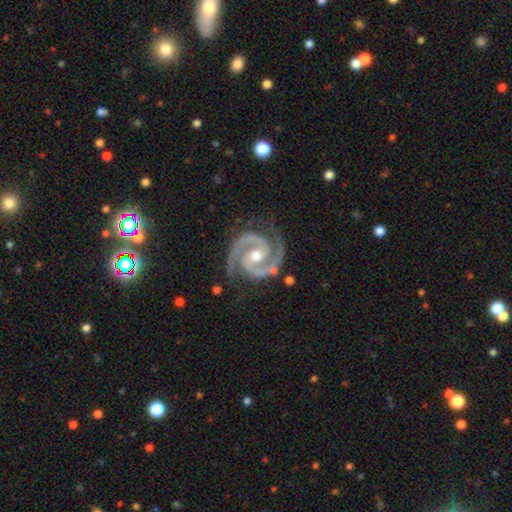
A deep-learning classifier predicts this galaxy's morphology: Q: Smooth or featured?
A: featured or disk (95%); runner-up: star or artifact (4%)
Q: Edge-on disk?
A: no (98%); runner-up: yes (2%)
Q: Bar?
A: no (46%); runner-up: weak (33%)
Q: Spiral arms?
A: yes (99%); runner-up: no (1%)
Q: Spiral winding?
A: tight (52%); runner-up: medium (44%)
Q: Spiral arm count?
A: 2 (94%); runner-up: 3 (2%)
Q: Bulge size?
A: moderate (74%); runner-up: small (21%)
Q: Merging?
A: none (81%); runner-up: minor disturbance (14%)